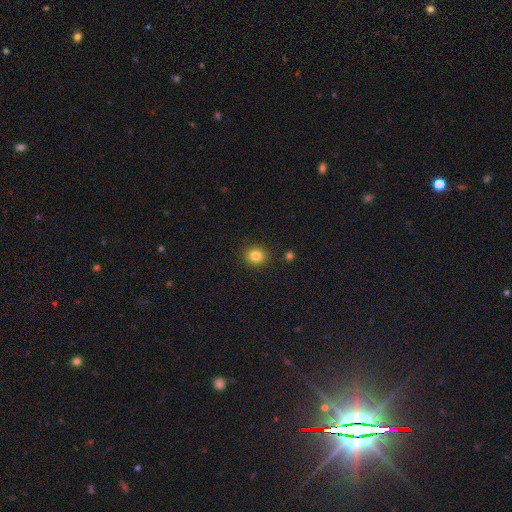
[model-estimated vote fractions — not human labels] A smooth galaxy with no disk features (82%) that is round (85%).

Vote fractions:
- Smooth or featured? smooth: 82% / star or artifact: 12% / featured or disk: 6%
- How rounded? round: 85% / in between: 14% / cigar-shaped: 1%
- Merging? none: 90% / minor disturbance: 7% / major disturbance: 2% / merger: 2%